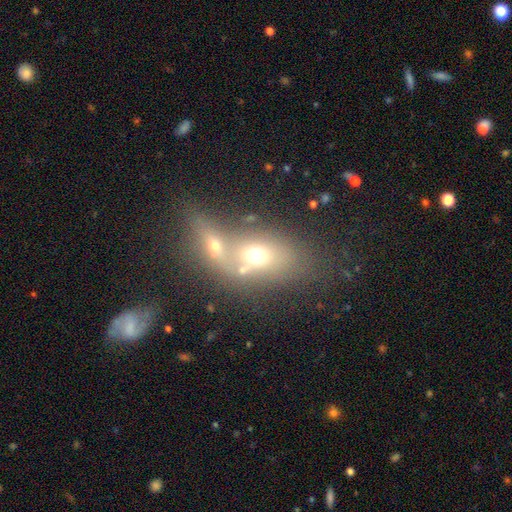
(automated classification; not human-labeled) smooth 60%, featured or disk 26%, star or artifact 14%. Down the decision tree: how rounded — in between (70%); merging — merger (58%).